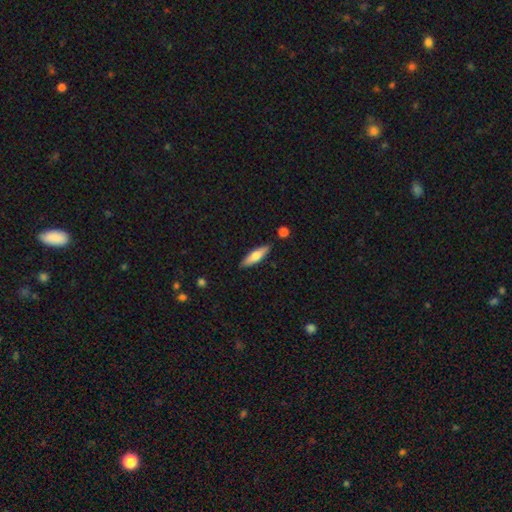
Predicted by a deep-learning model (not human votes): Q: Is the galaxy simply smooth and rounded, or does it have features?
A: smooth — 62%.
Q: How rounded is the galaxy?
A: cigar-shaped — 66%.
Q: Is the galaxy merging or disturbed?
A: none — 87%.